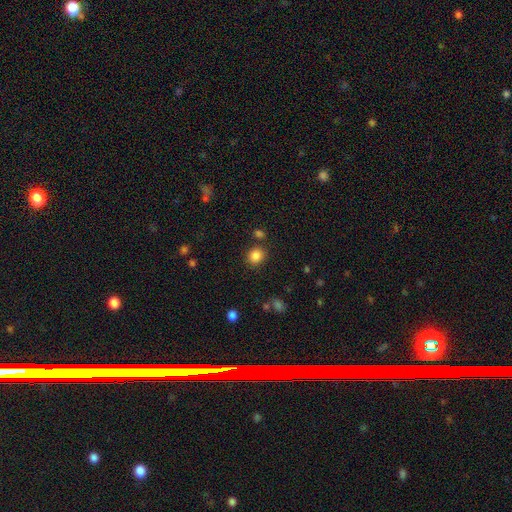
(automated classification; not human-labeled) Overall: smooth (85%). How rounded: round (79%). Merging: none (83%).